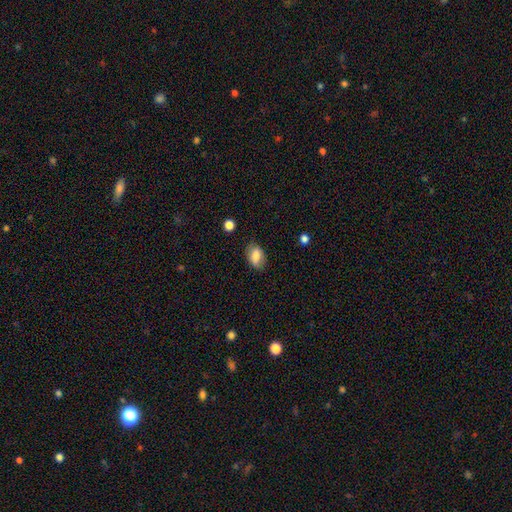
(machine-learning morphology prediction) smooth-or-featured: smooth: 76% | featured or disk: 16% | star or artifact: 8%
  how-rounded: in between: 86% | round: 11% | cigar-shaped: 3%
  merging: none: 75% | minor disturbance: 19% | major disturbance: 5% | merger: 1%